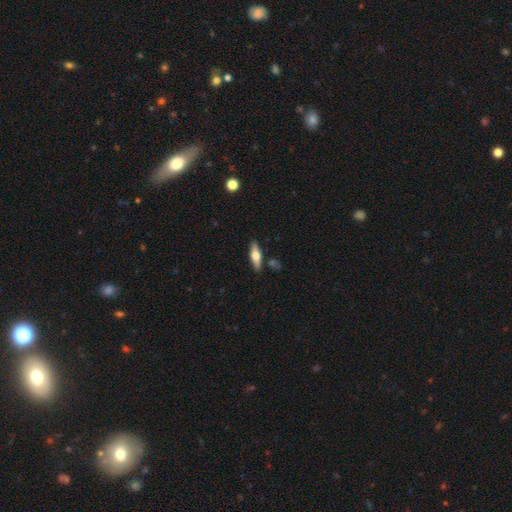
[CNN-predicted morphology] type=smooth (50%); roundness=cigar-shaped (52%); merging=none (84%).